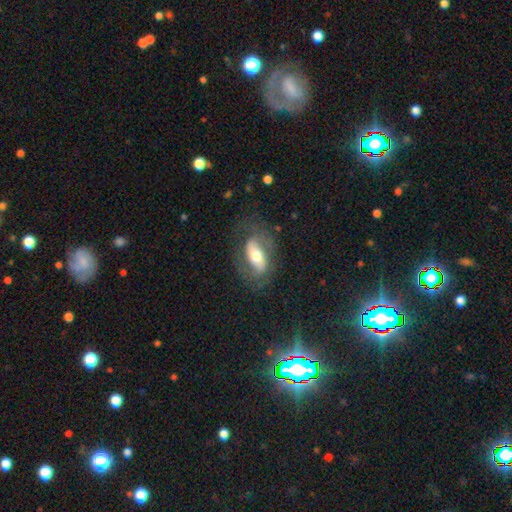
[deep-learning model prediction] This appears to be a featured or disk galaxy (60%) with no bar (35%, tied with strong), spiral arms (65%) and a moderate central bulge (65%). Merging: none (65%).